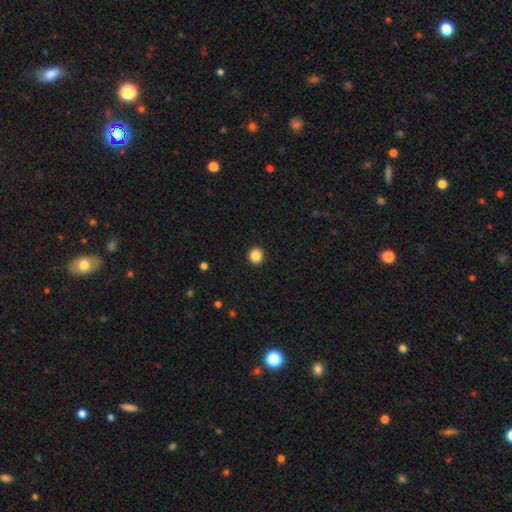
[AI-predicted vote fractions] smooth 86%, star or artifact 10%, featured or disk 3%. Down the decision tree: how rounded — round (91%); merging — none (93%).